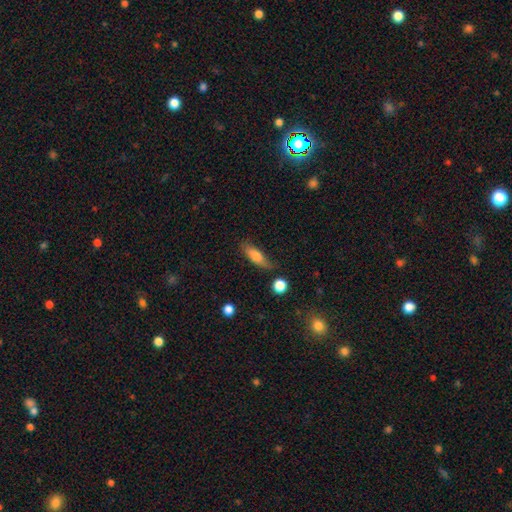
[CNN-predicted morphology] A smooth galaxy with no disk features (71%) that is in between round and cigar-shaped (53%).

Vote fractions:
- Smooth or featured? smooth: 71% / featured or disk: 21% / star or artifact: 8%
- How rounded? in between: 53% / cigar-shaped: 43% / round: 4%
- Merging? none: 63% / minor disturbance: 25% / major disturbance: 8% / merger: 4%